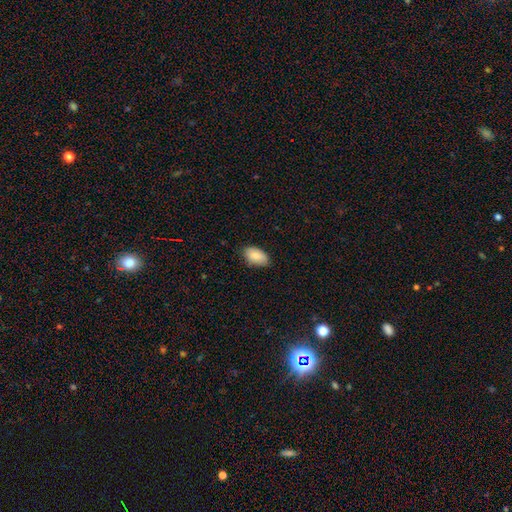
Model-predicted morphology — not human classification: The model was most divided on "merging": none: 79%, minor disturbance: 17%, major disturbance: 3%, merger: 1%. More confident: how rounded — in between (94%); smooth or featured — smooth (88%).